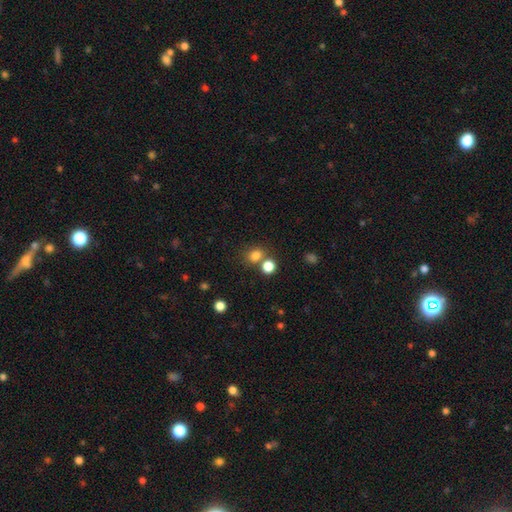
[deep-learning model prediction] Smooth or featured?
  - smooth: 79% *
  - star or artifact: 15%
  - featured or disk: 6%
How rounded?
  - round: 62% *
  - in between: 37%
  - cigar-shaped: 1%
Merging?
  - none: 63% *
  - merger: 24%
  - minor disturbance: 9%
  - major disturbance: 4%